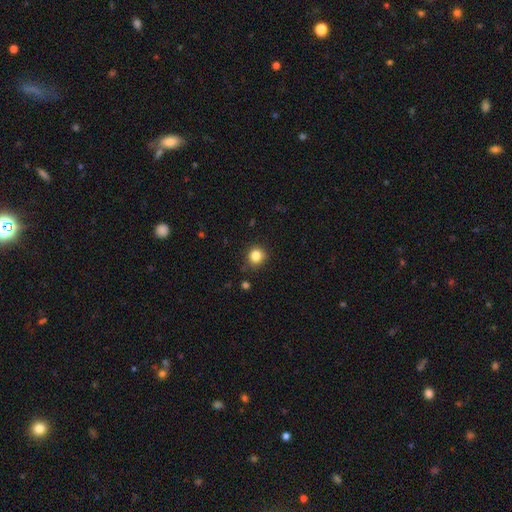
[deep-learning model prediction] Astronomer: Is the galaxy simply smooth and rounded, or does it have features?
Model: smooth — 83%.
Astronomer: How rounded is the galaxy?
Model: round — 88%.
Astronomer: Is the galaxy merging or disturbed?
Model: none — 87%.